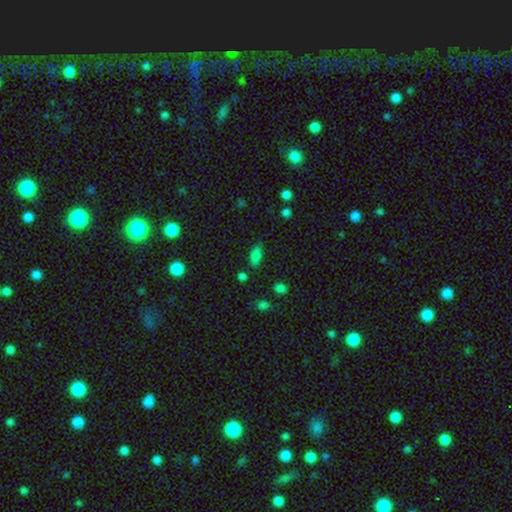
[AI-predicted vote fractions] Morphology: type=smooth (80%); roundness=in between (86%); merging=none (68%).